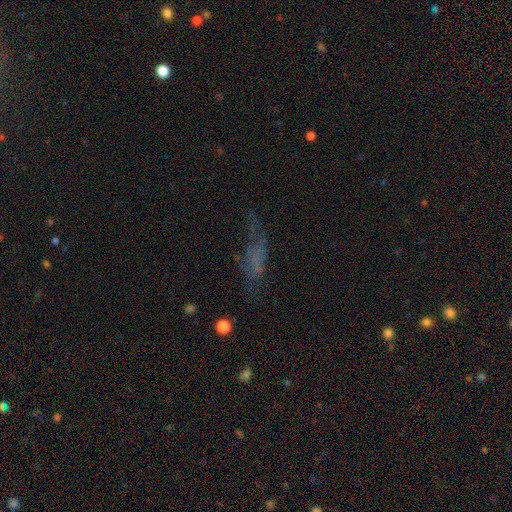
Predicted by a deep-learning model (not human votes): Smooth or featured? Predicted: smooth (p=0.41). Merging? Predicted: none (p=0.40).